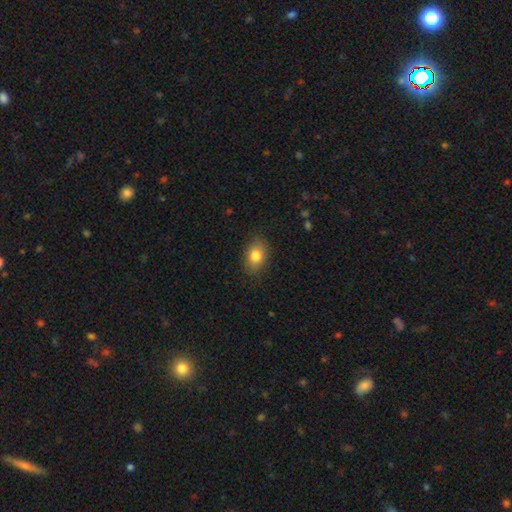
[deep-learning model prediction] The model was most divided on "how rounded": in between: 77%, round: 22%, cigar-shaped: 1%. More confident: merging — none (83%); smooth or featured — smooth (81%).